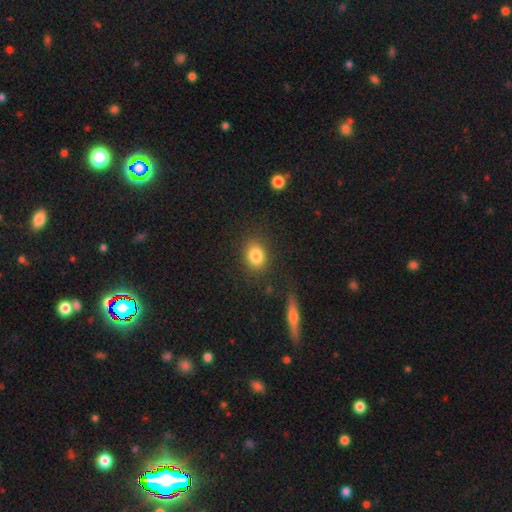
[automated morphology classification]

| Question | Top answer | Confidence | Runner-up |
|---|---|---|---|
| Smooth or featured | smooth | 83% | star or artifact (9%) |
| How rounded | in between | 50% | round (48%) |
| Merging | none | 84% | minor disturbance (10%) |